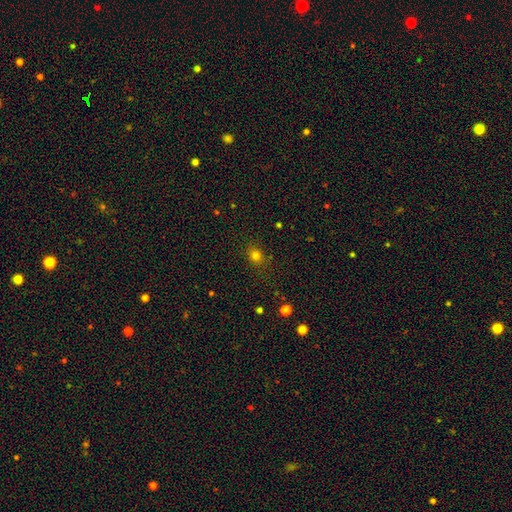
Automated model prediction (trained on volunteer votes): Smooth or featured? smooth (77%)
How rounded? round (75%)
Merging? none (86%)